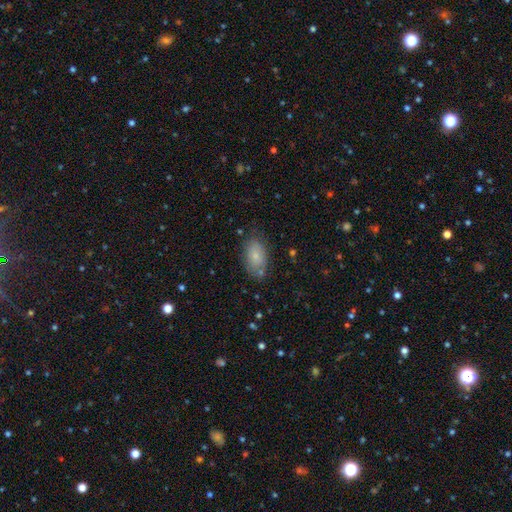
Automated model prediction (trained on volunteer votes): Smooth or featured: smooth — 80% (featured or disk — 12%)
How rounded: in between — 92% (round — 6%)
Merging: none — 74% (minor disturbance — 18%)